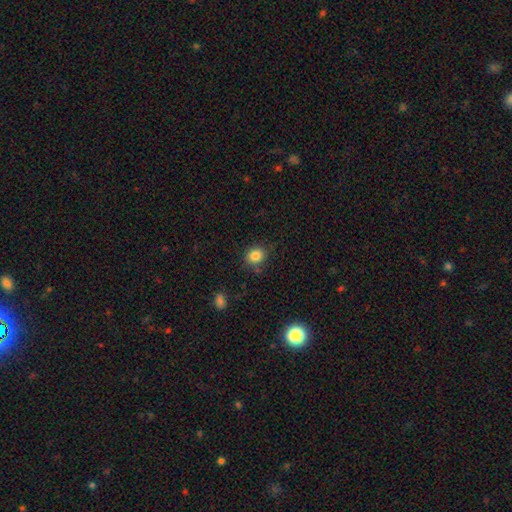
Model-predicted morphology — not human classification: Smooth or featured? smooth (83%)
How rounded? round (68%)
Merging? none (82%)